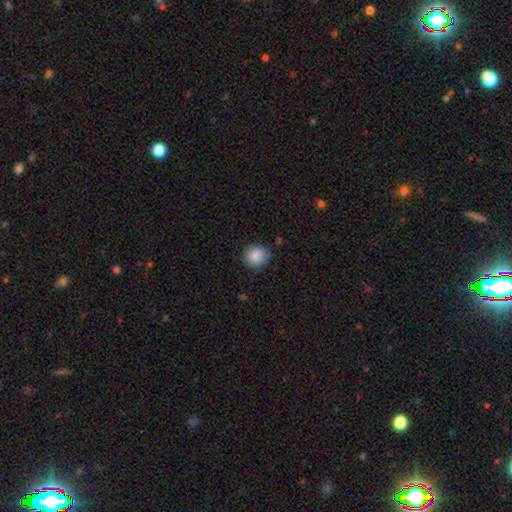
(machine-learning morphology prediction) Q: Smooth or featured?
A: smooth (88%); runner-up: star or artifact (8%)
Q: How rounded?
A: round (84%); runner-up: in between (15%)
Q: Merging?
A: none (80%); runner-up: minor disturbance (16%)